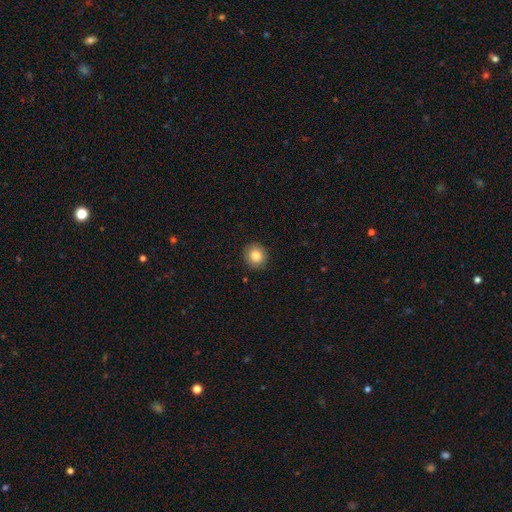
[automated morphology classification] A smooth galaxy with no disk features (85%) that is round (89%).

Vote fractions:
- Smooth or featured? smooth: 85% / star or artifact: 9% / featured or disk: 6%
- How rounded? round: 89% / in between: 10% / cigar-shaped: 1%
- Merging? none: 89% / minor disturbance: 8% / major disturbance: 2% / merger: 1%